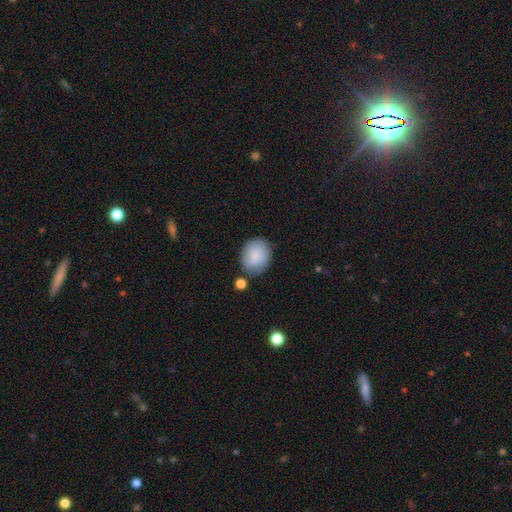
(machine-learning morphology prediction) Q: Smooth or featured?
A: smooth (86%); runner-up: featured or disk (8%)
Q: How rounded?
A: round (54%); runner-up: in between (45%)
Q: Merging?
A: none (73%); runner-up: minor disturbance (17%)